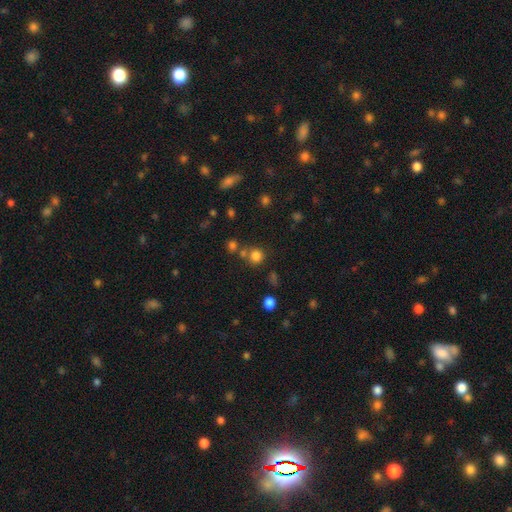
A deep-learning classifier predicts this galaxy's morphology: smooth-or-featured: smooth: 78% | star or artifact: 16% | featured or disk: 6%
  how-rounded: round: 88% | in between: 11% | cigar-shaped: 1%
  merging: none: 66% | merger: 20% | minor disturbance: 10% | major disturbance: 4%